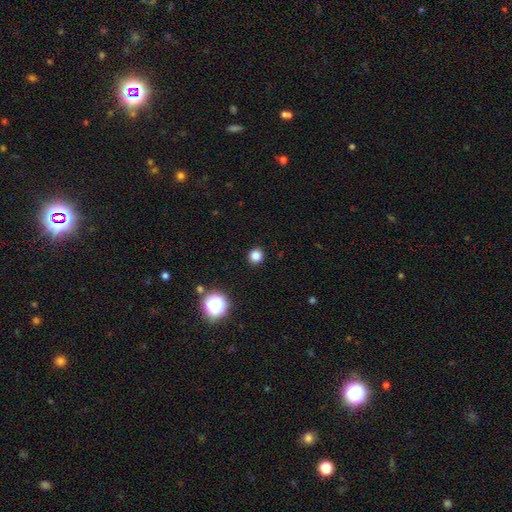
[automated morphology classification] A smooth galaxy with no disk features (82%) that is round (92%).

Vote fractions:
- Smooth or featured? smooth: 82% / star or artifact: 15% / featured or disk: 3%
- How rounded? round: 92% / in between: 7% / cigar-shaped: 1%
- Merging? none: 92% / minor disturbance: 5% / major disturbance: 2% / merger: 1%